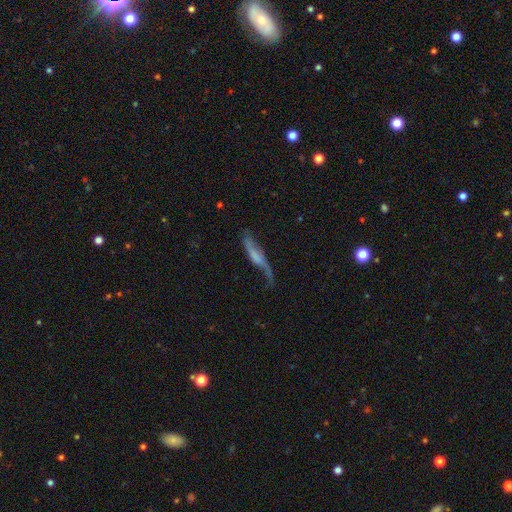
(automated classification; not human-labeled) smooth-or-featured: featured or disk: 56% | smooth: 36% | star or artifact: 8%
  disk-edge-on: no: 58% | yes: 42%
  merging: none: 38% | major disturbance: 29% | minor disturbance: 28% | merger: 5%